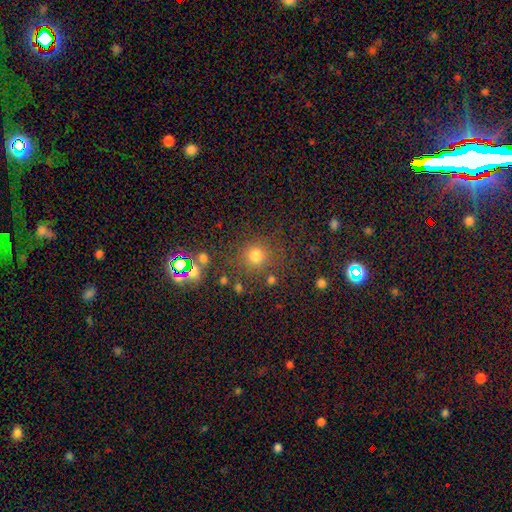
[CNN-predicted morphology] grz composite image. It shows a smooth galaxy with no disk features (75%) that is round (92%). Merging: none (79%).